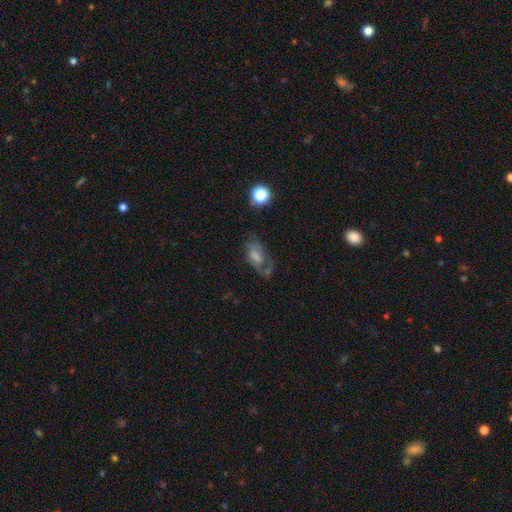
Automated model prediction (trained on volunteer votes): Smooth or featured? smooth (46%)
Merging? none (42%)